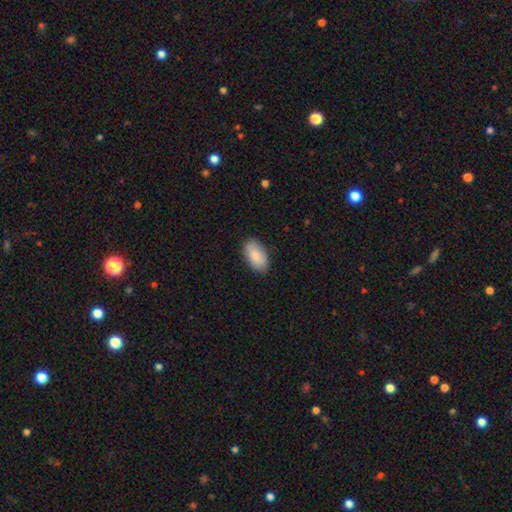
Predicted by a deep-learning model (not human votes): Overall: smooth (85%). How rounded: in between (95%). Merging: none (87%).